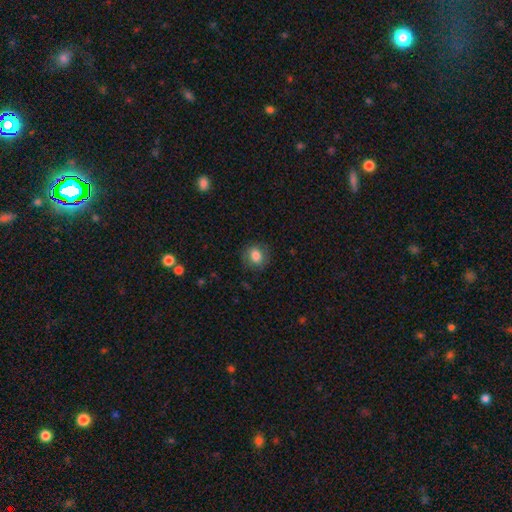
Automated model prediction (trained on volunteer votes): The model was most divided on "how rounded": round: 68%, in between: 31%, cigar-shaped: 1%. More confident: merging — none (82%); smooth or featured — smooth (80%).